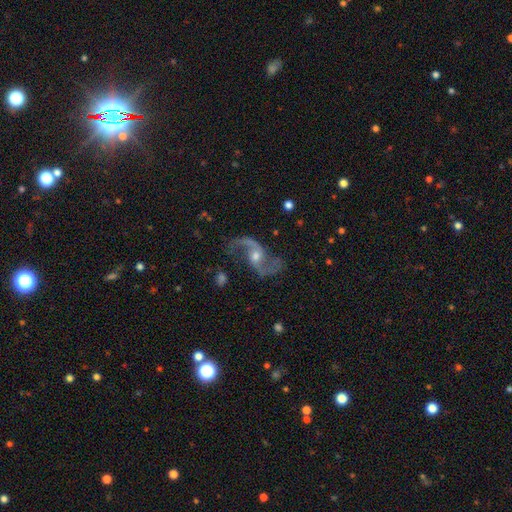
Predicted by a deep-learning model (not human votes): The model was most divided on "bar": no: 55%, weak: 34%, strong: 11%. More confident: spiral arms — yes (97%); edge-on disk — no (97%); spiral arm count — 2 (94%); smooth or featured — featured or disk (91%); merging — none (77%); spiral winding — loose (67%); bulge size — moderate (59%).